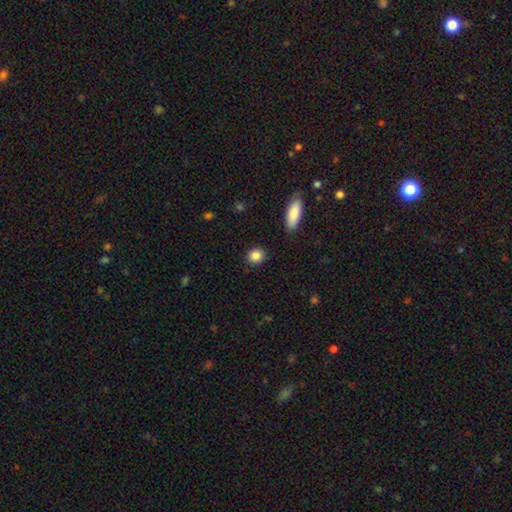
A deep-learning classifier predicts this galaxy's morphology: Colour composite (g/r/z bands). It shows a smooth galaxy with no disk features (86%) that is round (73%). Merging: none (89%).